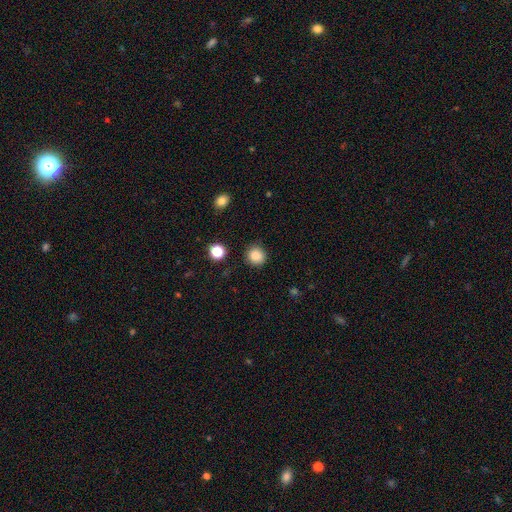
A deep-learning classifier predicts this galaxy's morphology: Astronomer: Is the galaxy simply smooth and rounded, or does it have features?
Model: smooth — 86%.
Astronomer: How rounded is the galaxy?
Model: round — 90%.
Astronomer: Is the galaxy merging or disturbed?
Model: none — 88%.